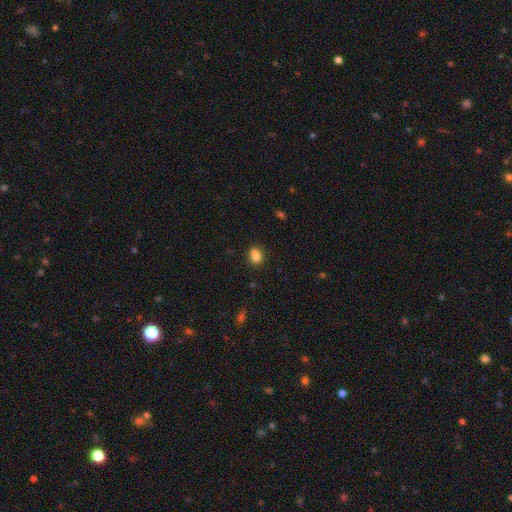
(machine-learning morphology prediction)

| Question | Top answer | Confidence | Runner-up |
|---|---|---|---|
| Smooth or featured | smooth | 85% | star or artifact (10%) |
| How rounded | in between | 66% | round (33%) |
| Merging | none | 80% | minor disturbance (13%) |